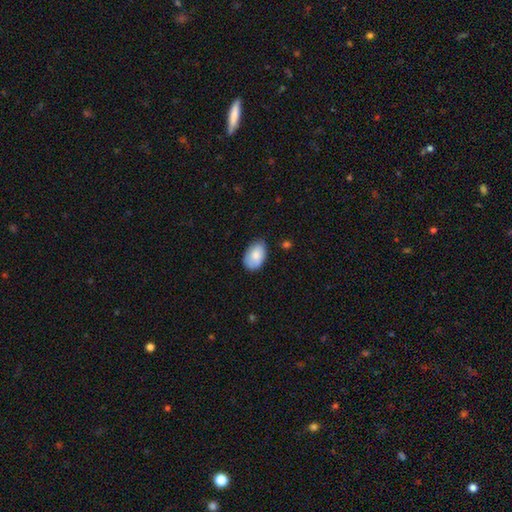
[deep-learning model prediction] smooth 81%, featured or disk 13%, star or artifact 6%. Down the decision tree: how rounded — in between (90%); merging — none (72%).